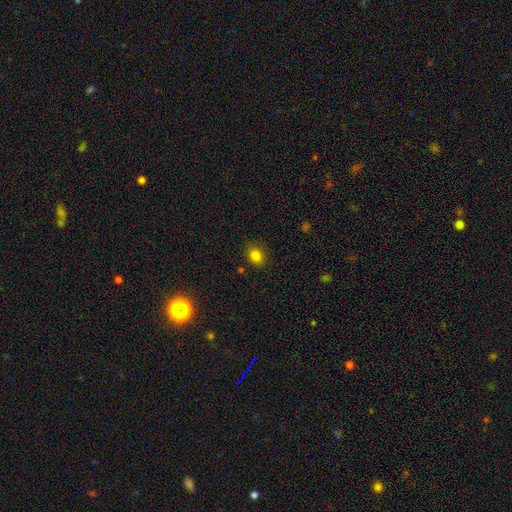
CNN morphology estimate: A smooth galaxy with no disk features (82%) that is in between round and cigar-shaped (54%).

Vote fractions:
- Smooth or featured? smooth: 82% / star or artifact: 13% / featured or disk: 5%
- How rounded? in between: 54% / round: 45% / cigar-shaped: 1%
- Merging? none: 84% / minor disturbance: 11% / major disturbance: 3% / merger: 2%